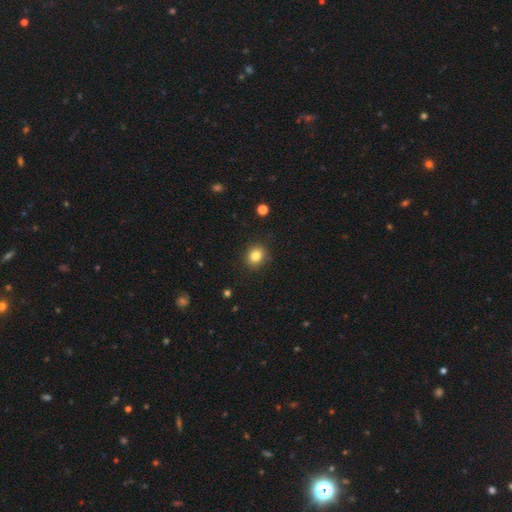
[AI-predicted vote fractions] smooth_or_featured: smooth (p=0.83) [alt: star or artifact p=0.11]
how_rounded: round (p=0.67) [alt: in between p=0.32]
merging: none (p=0.89) [alt: minor disturbance p=0.08]